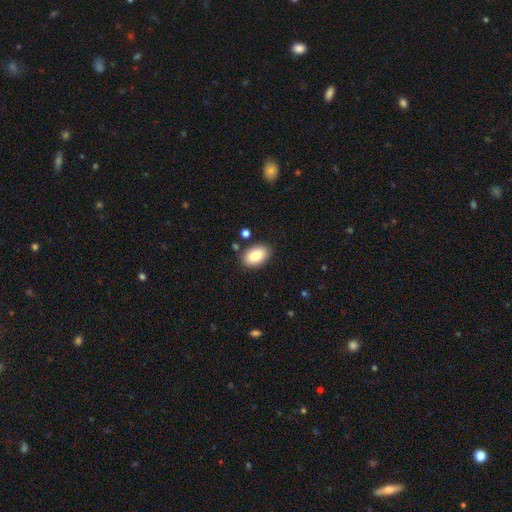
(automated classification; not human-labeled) This appears to be a smooth galaxy with no disk features (84%) that is in between round and cigar-shaped (91%). Merging: none (85%).